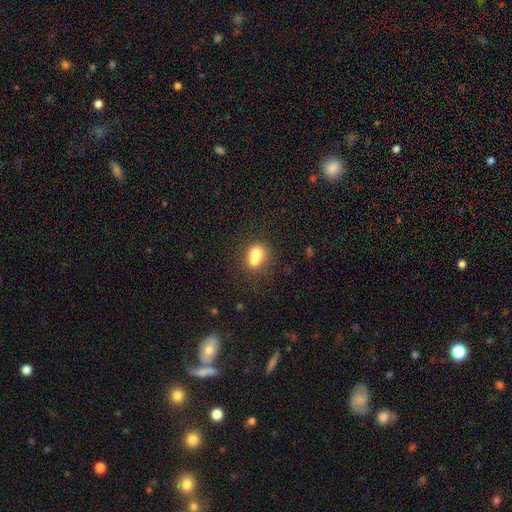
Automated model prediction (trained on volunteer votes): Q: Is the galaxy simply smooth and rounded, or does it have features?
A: smooth — 70%.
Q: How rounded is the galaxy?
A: round — 54%.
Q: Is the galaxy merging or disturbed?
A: merger — 54%.